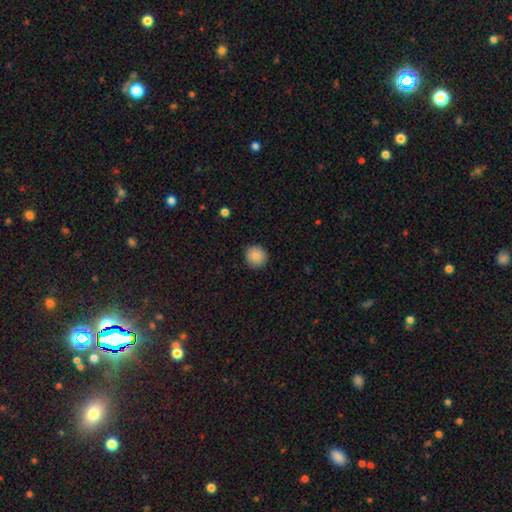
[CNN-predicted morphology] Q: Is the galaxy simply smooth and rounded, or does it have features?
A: smooth — 87%.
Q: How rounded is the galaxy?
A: round — 94%.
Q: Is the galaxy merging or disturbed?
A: none — 91%.